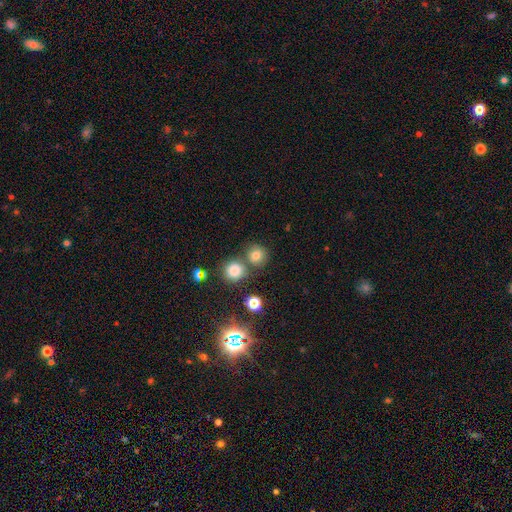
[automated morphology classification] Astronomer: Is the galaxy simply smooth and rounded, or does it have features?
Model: smooth — 75%.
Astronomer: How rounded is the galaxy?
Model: round — 89%.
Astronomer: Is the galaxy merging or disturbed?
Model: none — 69%.